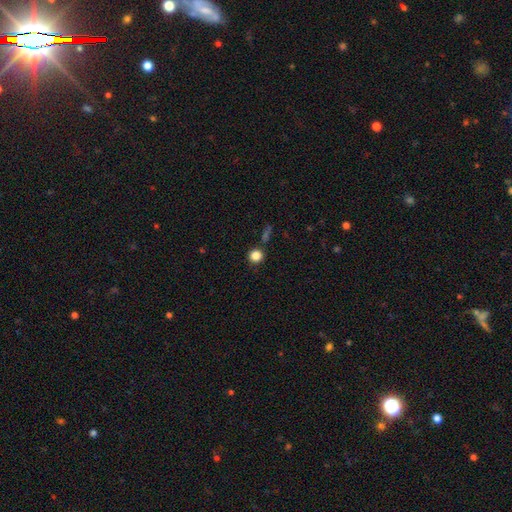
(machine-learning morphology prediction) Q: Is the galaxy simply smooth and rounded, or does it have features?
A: smooth — 84%.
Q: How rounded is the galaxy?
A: round — 93%.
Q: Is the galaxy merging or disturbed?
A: none — 84%.